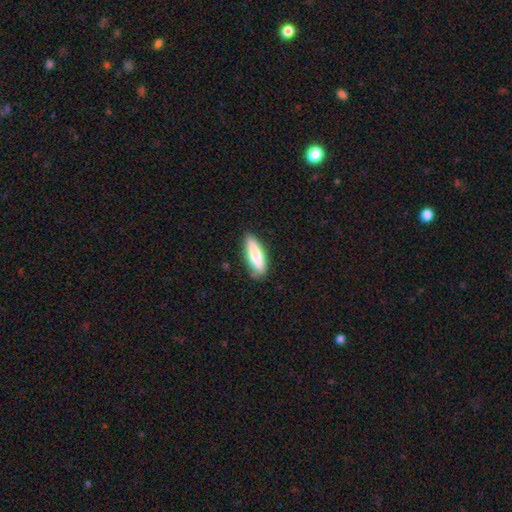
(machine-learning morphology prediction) The model was most divided on "how rounded": cigar-shaped: 54%, in between: 44%, round: 2%. More confident: merging — none (82%); smooth or featured — smooth (73%).